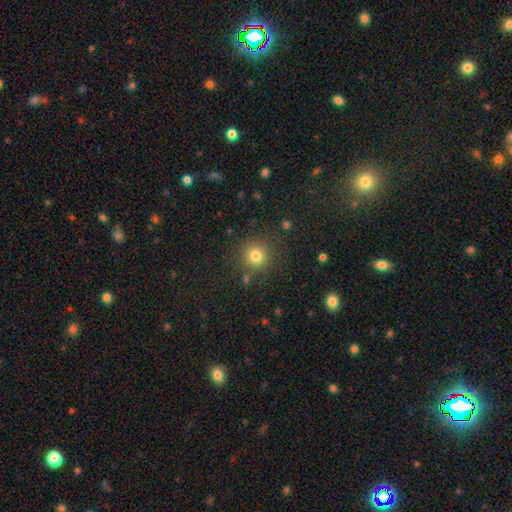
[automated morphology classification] A smooth galaxy with no disk features (79%) that is round (93%).

Vote fractions:
- Smooth or featured? smooth: 79% / star or artifact: 15% / featured or disk: 6%
- How rounded? round: 93% / in between: 6% / cigar-shaped: 1%
- Merging? none: 85% / minor disturbance: 8% / merger: 3% / major disturbance: 3%